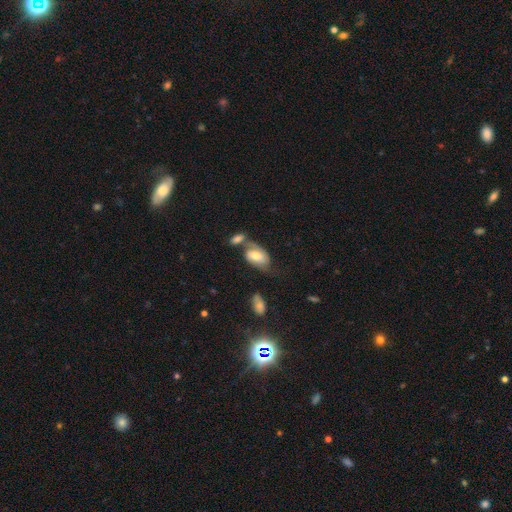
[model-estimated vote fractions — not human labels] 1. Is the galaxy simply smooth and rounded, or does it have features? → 49% smooth, 43% featured or disk, 8% star or artifact.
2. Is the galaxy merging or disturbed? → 38% merger, 31% none, 17% minor disturbance, 14% major disturbance.